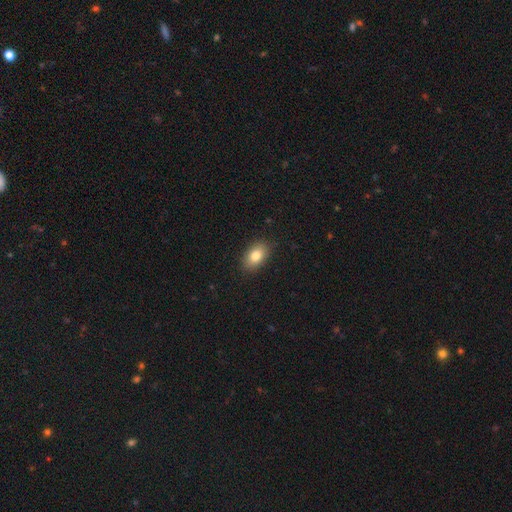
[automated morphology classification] A smooth galaxy with no disk features (83%) that is in between round and cigar-shaped (89%). Merging: none (87%).